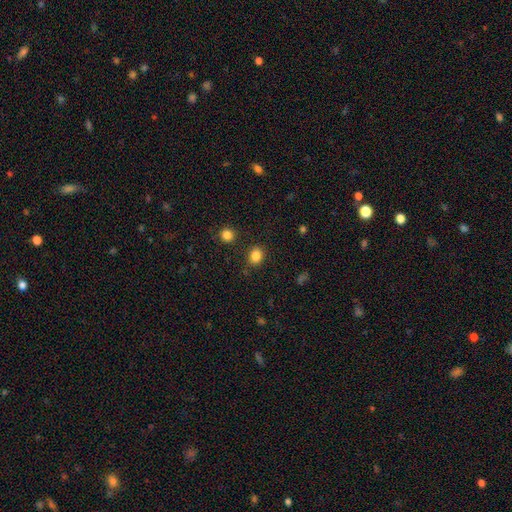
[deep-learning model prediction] smooth_or_featured: smooth (p=0.85) [alt: star or artifact p=0.11]
how_rounded: round (p=0.52) [alt: in between p=0.47]
merging: none (p=0.84) [alt: minor disturbance p=0.10]